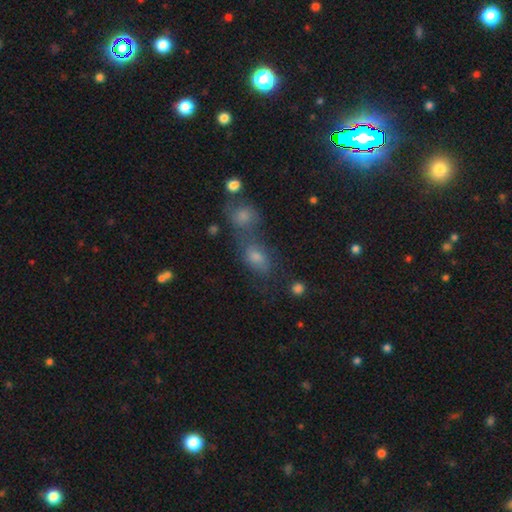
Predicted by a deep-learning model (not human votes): smooth-or-featured: smooth: 63% | star or artifact: 20% | featured or disk: 17%
  how-rounded: in between: 77% | round: 19% | cigar-shaped: 5%
  merging: merger: 41% | none: 38% | minor disturbance: 13% | major disturbance: 8%